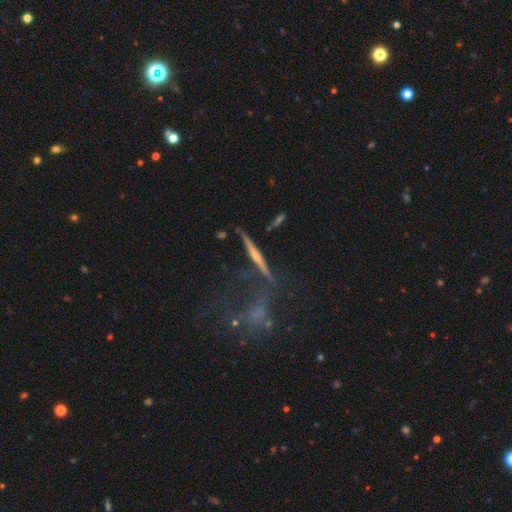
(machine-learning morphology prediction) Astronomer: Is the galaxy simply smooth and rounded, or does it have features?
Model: featured or disk — 68%.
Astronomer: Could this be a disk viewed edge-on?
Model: yes — 95%.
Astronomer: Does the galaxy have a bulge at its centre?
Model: rounded — 73%.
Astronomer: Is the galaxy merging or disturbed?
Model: none — 78%.